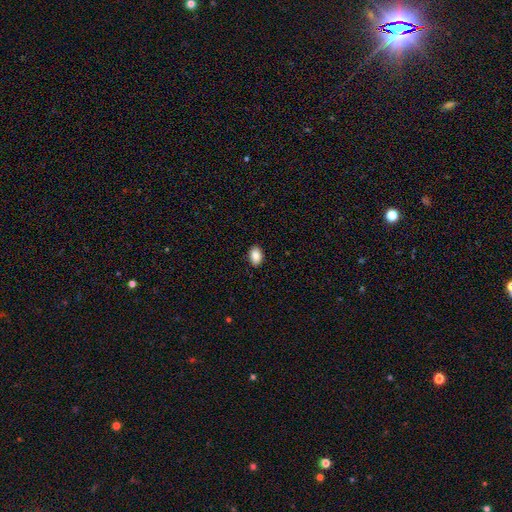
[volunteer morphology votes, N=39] This appears to be a smooth galaxy with no disk features (97%) that is in between round and cigar-shaped (92%). Merging: none (92%).